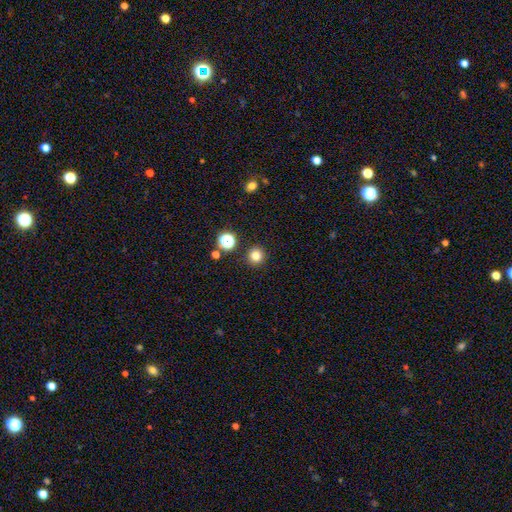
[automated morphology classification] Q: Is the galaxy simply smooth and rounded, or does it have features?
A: smooth — 78%.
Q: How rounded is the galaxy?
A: round — 93%.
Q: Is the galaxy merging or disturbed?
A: none — 90%.